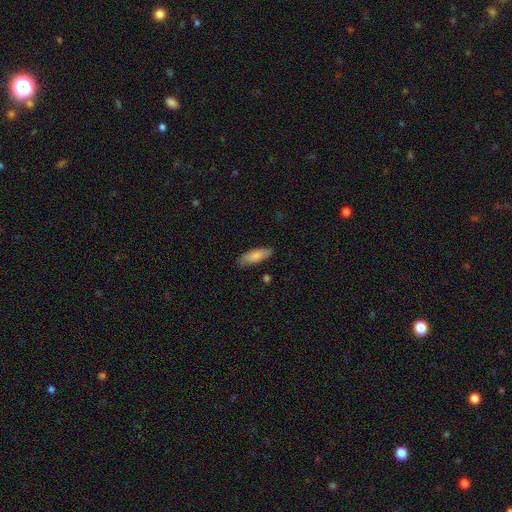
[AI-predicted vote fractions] Smooth or featured? smooth (84%)
How rounded? in between (70%)
Merging? none (80%)